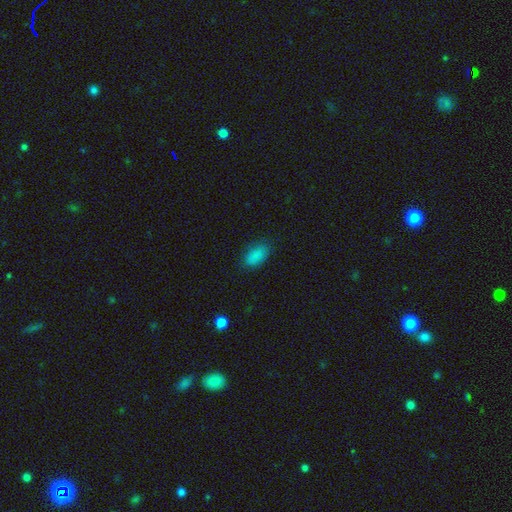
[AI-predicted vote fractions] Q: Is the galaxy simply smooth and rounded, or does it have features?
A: smooth — 86%.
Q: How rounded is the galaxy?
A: in between — 92%.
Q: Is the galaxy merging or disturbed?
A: none — 81%.